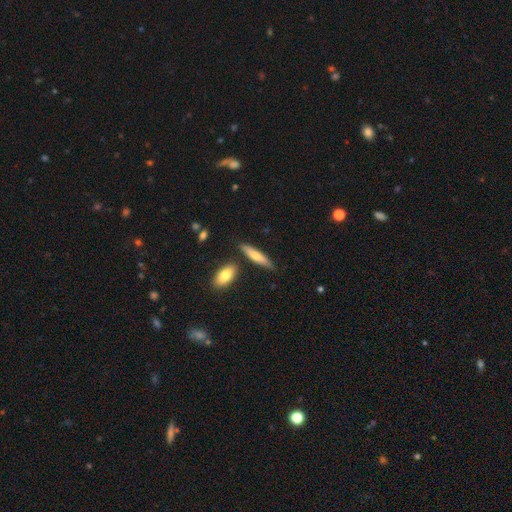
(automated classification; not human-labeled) A smooth galaxy with no disk features (65%) that is cigar-shaped (77%). Merging: none (76%).